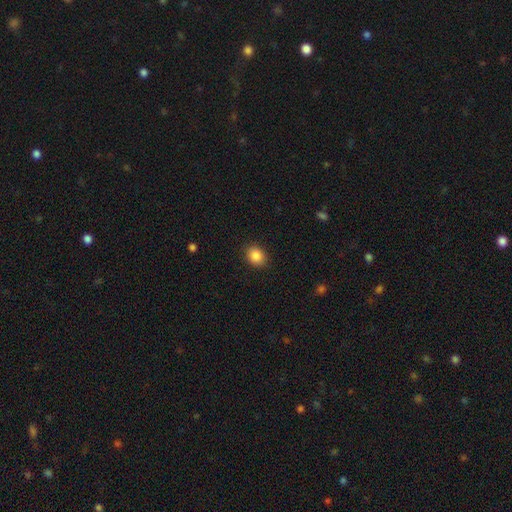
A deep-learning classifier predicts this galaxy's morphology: Smooth or featured?
  - smooth: 87% *
  - star or artifact: 9%
  - featured or disk: 4%
How rounded?
  - round: 50% *
  - in between: 49%
  - cigar-shaped: 1%
Merging?
  - none: 89% *
  - minor disturbance: 8%
  - major disturbance: 2%
  - merger: 1%